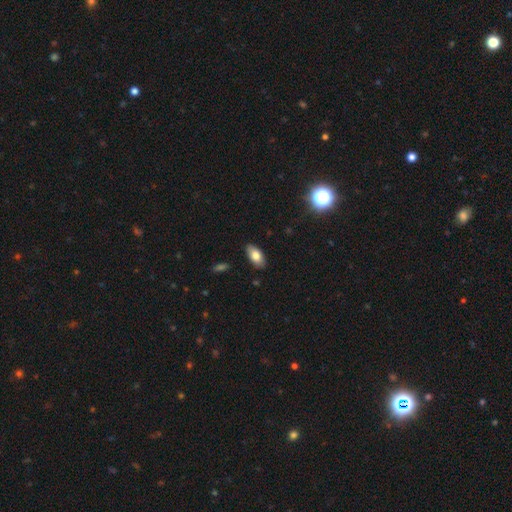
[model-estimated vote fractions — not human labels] The model was most divided on "smooth or featured": smooth: 78%, featured or disk: 14%, star or artifact: 8%. More confident: how rounded — in between (92%); merging — none (88%).